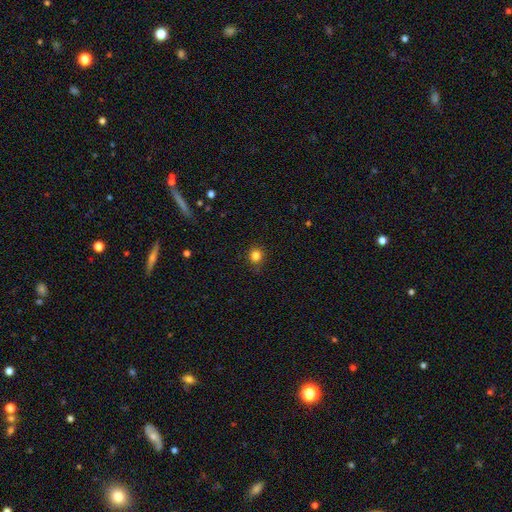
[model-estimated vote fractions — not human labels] A smooth galaxy with no disk features (82%) that is round (88%). Merging: none (85%).